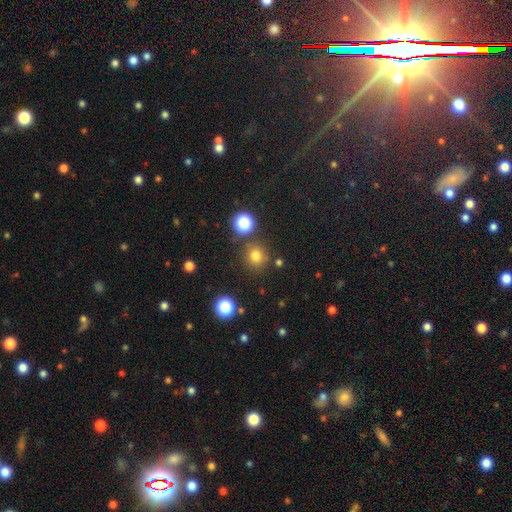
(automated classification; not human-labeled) Overall: smooth (76%). How rounded: round (91%). Merging: none (82%).